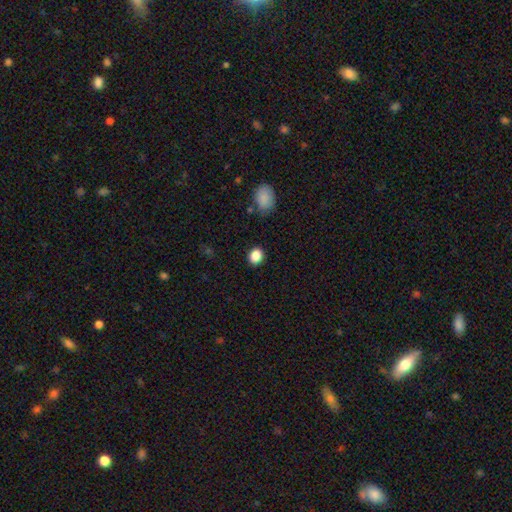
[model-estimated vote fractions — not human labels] Smooth or featured: smooth — 87% (star or artifact — 10%)
How rounded: round — 65% (in between — 34%)
Merging: none — 88% (minor disturbance — 8%)